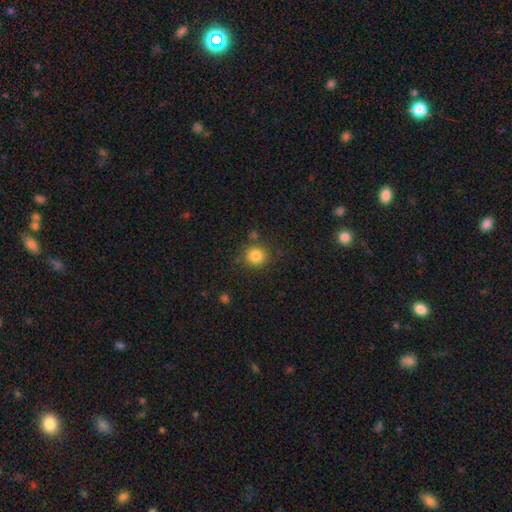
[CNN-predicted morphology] This appears to be a smooth galaxy with no disk features (84%) that is round (91%). Merging: none (83%).